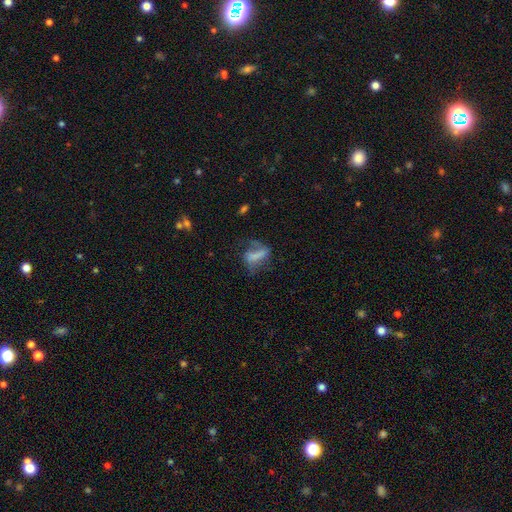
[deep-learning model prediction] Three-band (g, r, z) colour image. It shows a smooth galaxy with no disk features (46%). Merging: major disturbance (40%).